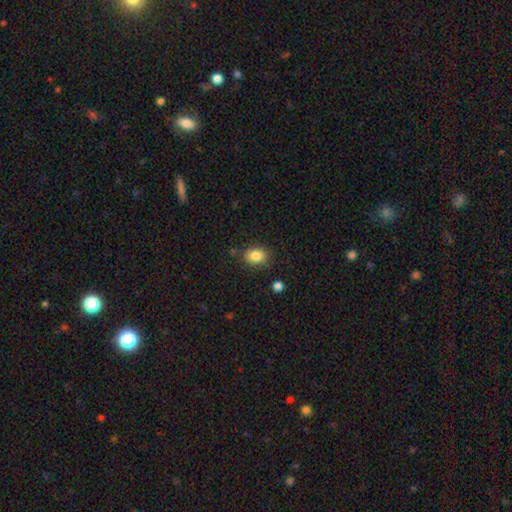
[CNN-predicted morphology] This appears to be a smooth galaxy with no disk features (85%) that is in between round and cigar-shaped (63%). Merging: none (81%).